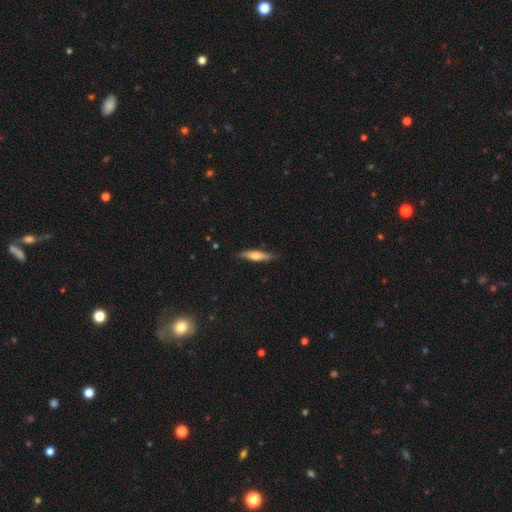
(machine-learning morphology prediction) smooth_or_featured: smooth (p=0.55) [alt: featured or disk p=0.39]
how_rounded: cigar-shaped (p=0.78) [alt: in between p=0.20]
merging: none (p=0.84) [alt: minor disturbance p=0.13]